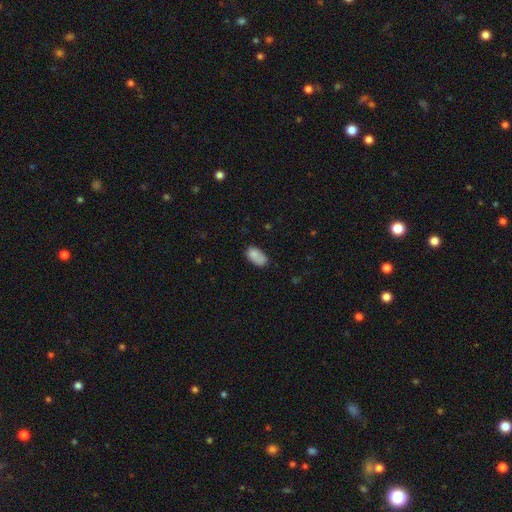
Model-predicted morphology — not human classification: Smooth or featured? smooth (81%)
How rounded? in between (92%)
Merging? none (55%)